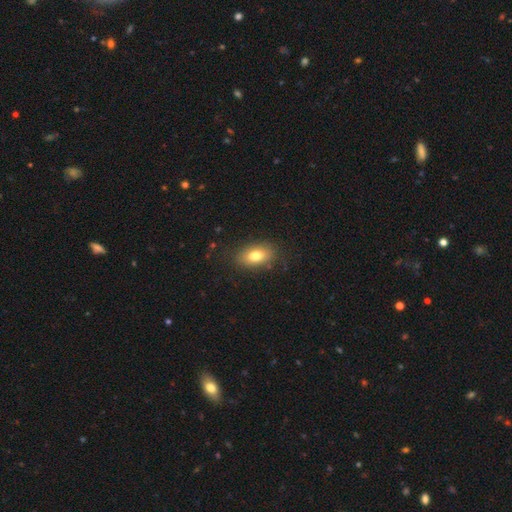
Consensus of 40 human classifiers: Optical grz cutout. It shows a smooth galaxy with no disk features (78%) that is in between round and cigar-shaped (87%). Merging: none (92%).